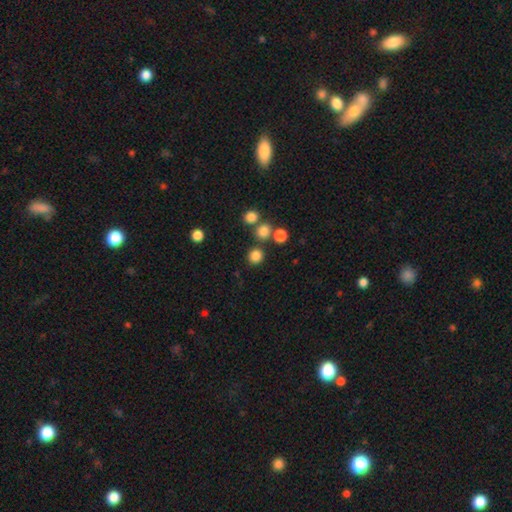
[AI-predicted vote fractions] Smooth or featured? smooth (81%)
How rounded? round (90%)
Merging? none (79%)